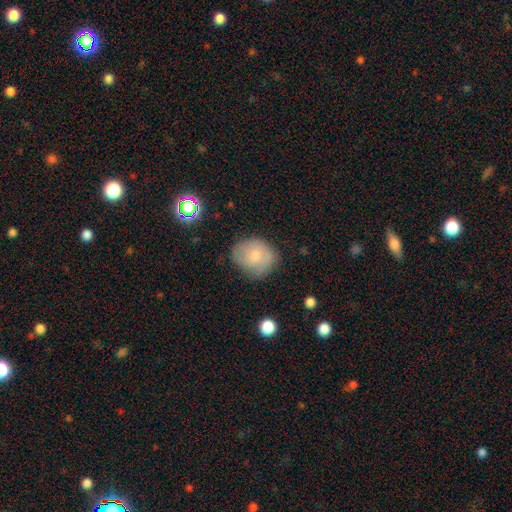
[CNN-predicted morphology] smooth-or-featured: smooth: 64% | featured or disk: 27% | star or artifact: 9%
  how-rounded: round: 65% | in between: 34% | cigar-shaped: 1%
  merging: none: 63% | minor disturbance: 27% | major disturbance: 8% | merger: 2%